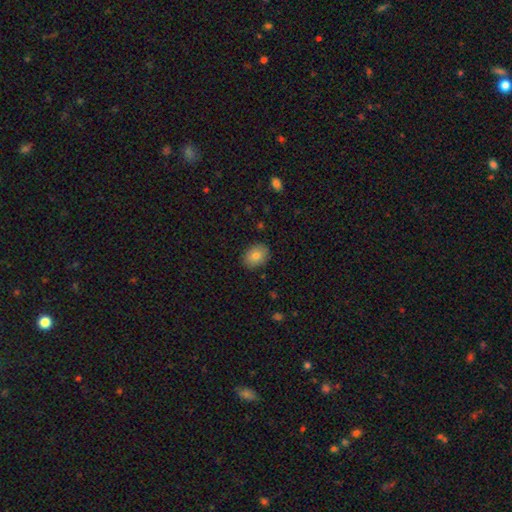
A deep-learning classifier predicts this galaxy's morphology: smooth 82%, featured or disk 10%, star or artifact 8%. Down the decision tree: how rounded — in between (66%); merging — none (88%).